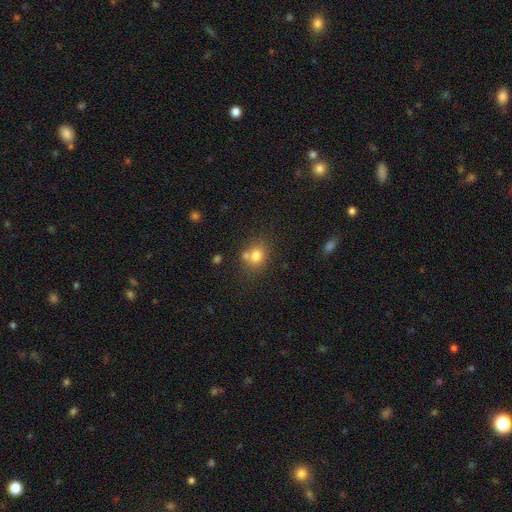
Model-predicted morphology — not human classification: type=smooth (77%); roundness=round (63%); merging=none (60%).